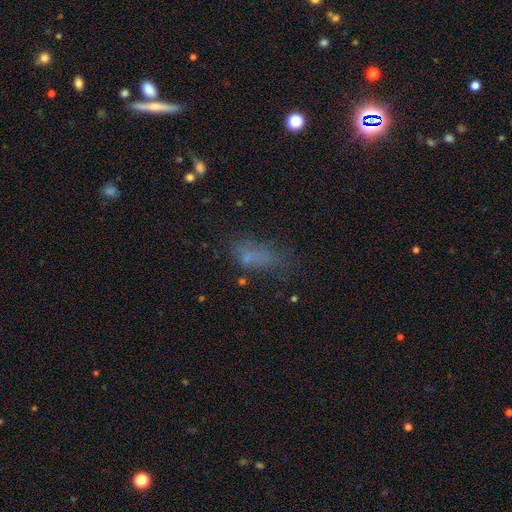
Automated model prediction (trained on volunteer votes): A smooth galaxy with no disk features (59%) that is in between round and cigar-shaped (73%).

Vote fractions:
- Smooth or featured? smooth: 59% / star or artifact: 25% / featured or disk: 16%
- How rounded? in between: 73% / cigar-shaped: 19% / round: 7%
- Merging? none: 49% / minor disturbance: 24% / major disturbance: 21% / merger: 6%